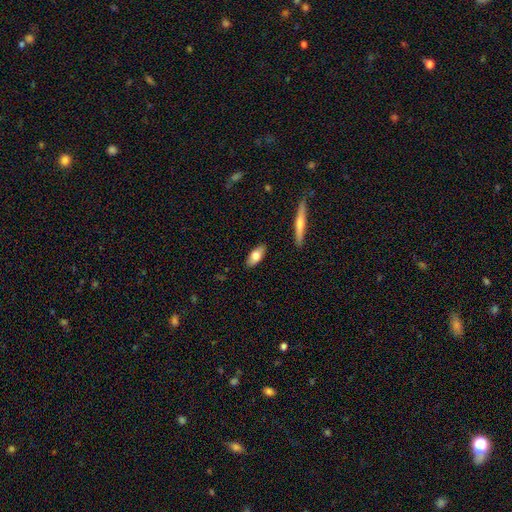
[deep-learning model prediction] smooth 72%, featured or disk 22%, star or artifact 6%. Down the decision tree: how rounded — in between (82%); merging — none (87%).